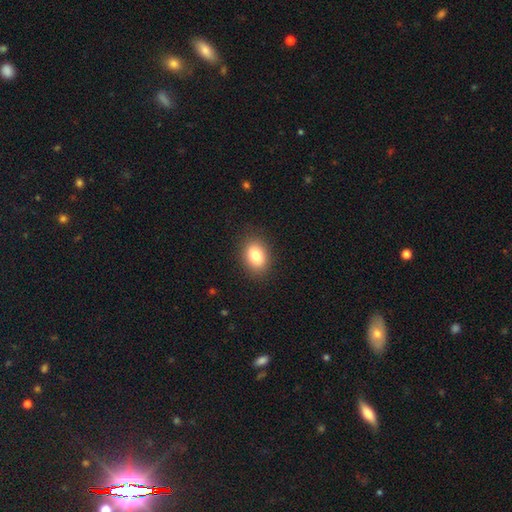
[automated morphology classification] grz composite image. It shows a smooth galaxy with no disk features (82%) that is in between round and cigar-shaped (75%). Merging: none (88%).